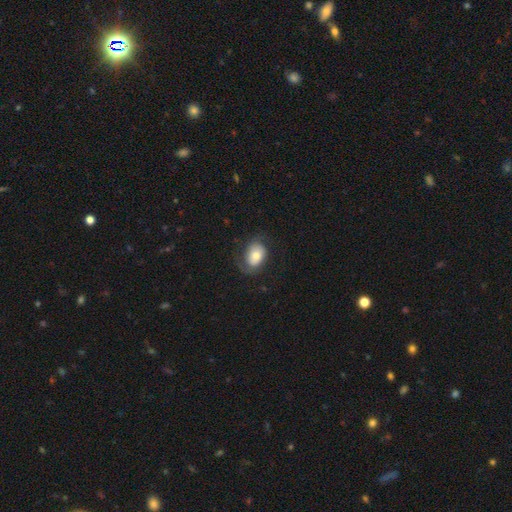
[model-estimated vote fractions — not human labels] A smooth galaxy with no disk features (64%) that is in between round and cigar-shaped (77%).

Vote fractions:
- Smooth or featured? smooth: 64% / featured or disk: 28% / star or artifact: 7%
- How rounded? in between: 77% / round: 22% / cigar-shaped: 1%
- Merging? none: 61% / minor disturbance: 23% / major disturbance: 15% / merger: 1%